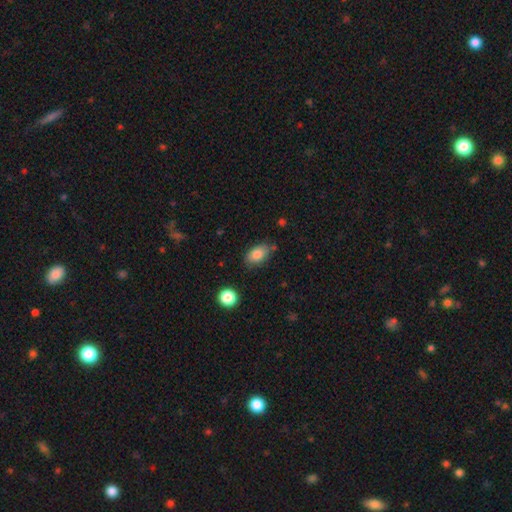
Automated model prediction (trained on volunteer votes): The model was most divided on "merging": none: 73%, minor disturbance: 19%, merger: 5%, major disturbance: 4%. More confident: how rounded — in between (87%); smooth or featured — smooth (83%).